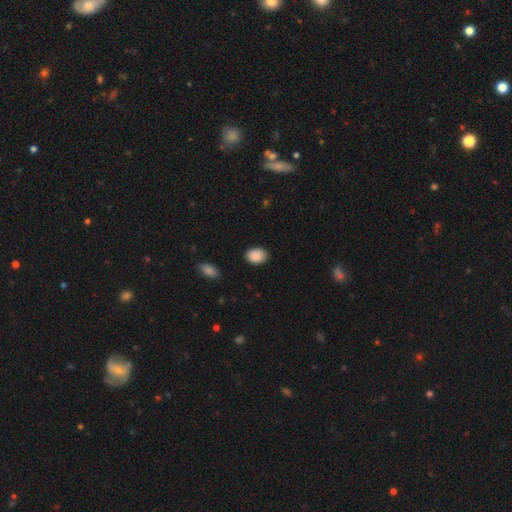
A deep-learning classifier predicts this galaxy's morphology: This appears to be a smooth galaxy with no disk features (90%) that is in between round and cigar-shaped (71%). Merging: none (86%).